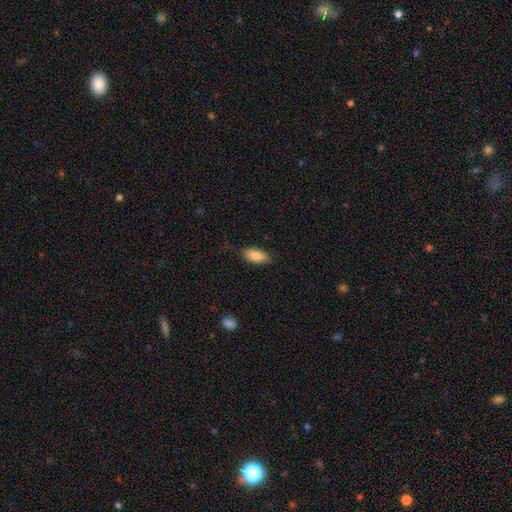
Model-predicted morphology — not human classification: A smooth galaxy with no disk features (84%) that is in between round and cigar-shaped (88%). Merging: none (78%).